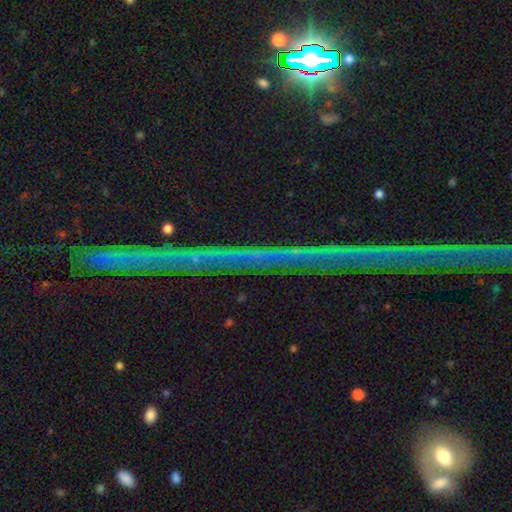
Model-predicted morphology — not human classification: This is clearly a star or artifact rather than a galaxy (81%).